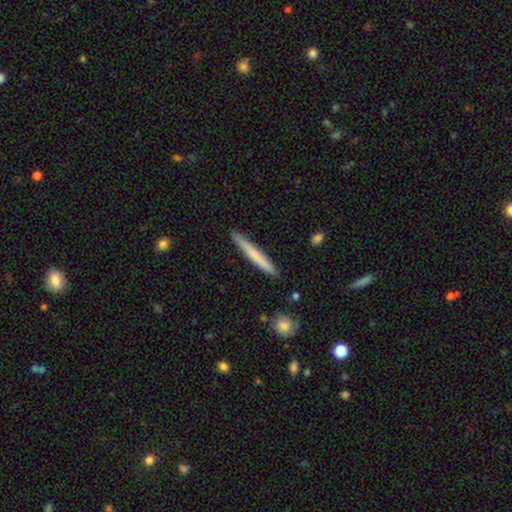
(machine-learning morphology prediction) Smooth or featured? smooth (65%)
How rounded? cigar-shaped (97%)
Merging? none (90%)